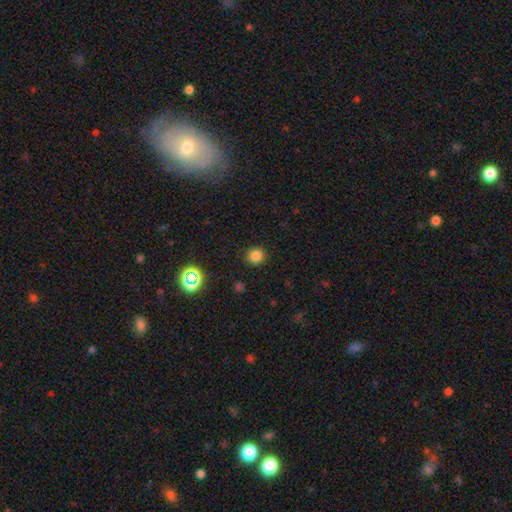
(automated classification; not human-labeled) Q: Smooth or featured?
A: smooth (80%); runner-up: star or artifact (15%)
Q: How rounded?
A: round (92%); runner-up: in between (7%)
Q: Merging?
A: none (90%); runner-up: minor disturbance (6%)